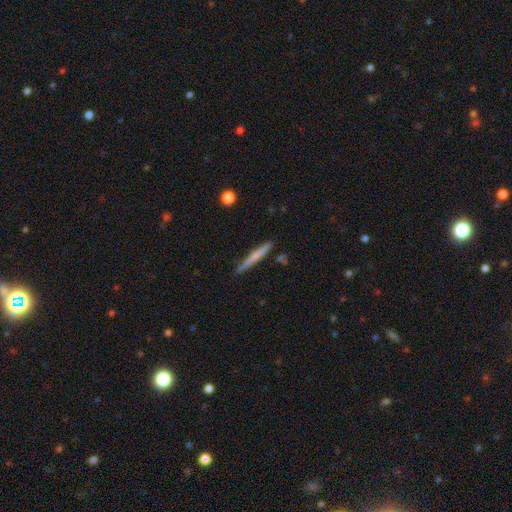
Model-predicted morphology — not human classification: A smooth galaxy with no disk features (54%) that is cigar-shaped (96%).

Vote fractions:
- Smooth or featured? smooth: 54% / featured or disk: 40% / star or artifact: 6%
- How rounded? cigar-shaped: 96% / in between: 3% / round: 2%
- Merging? none: 88% / minor disturbance: 9% / merger: 2% / major disturbance: 2%